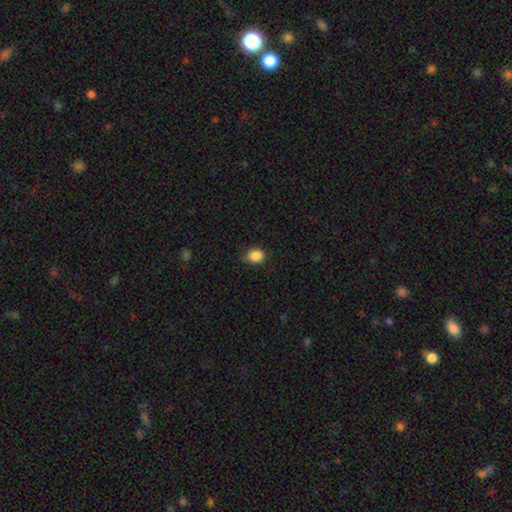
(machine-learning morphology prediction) A smooth galaxy with no disk features (87%) that is round (68%). Merging: none (80%).